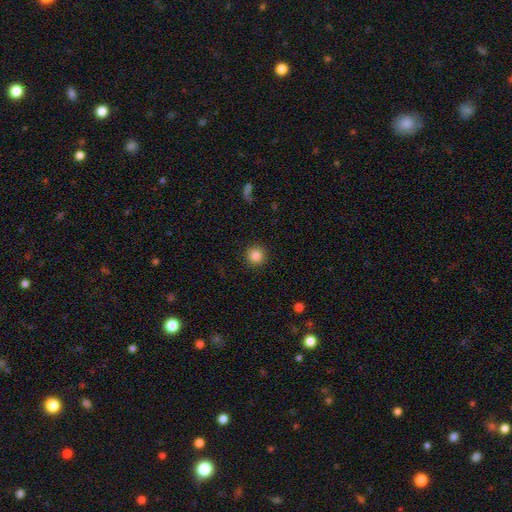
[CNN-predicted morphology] Smooth or featured?
  - smooth: 86% *
  - star or artifact: 10%
  - featured or disk: 4%
How rounded?
  - round: 95% *
  - in between: 4%
  - cigar-shaped: 1%
Merging?
  - none: 92% *
  - minor disturbance: 5%
  - major disturbance: 2%
  - merger: 1%